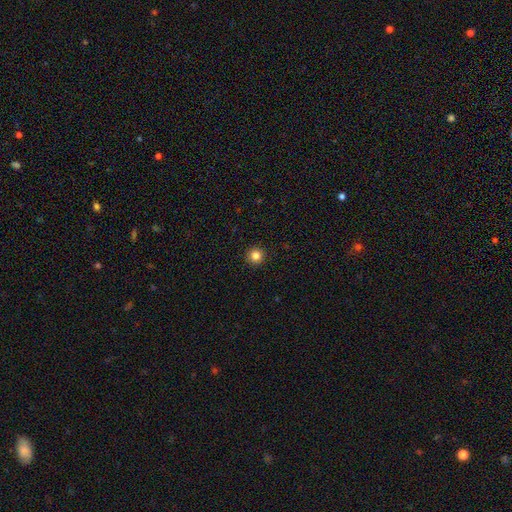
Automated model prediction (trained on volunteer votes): Morphology: type=smooth (84%); roundness=round (96%); merging=none (93%).